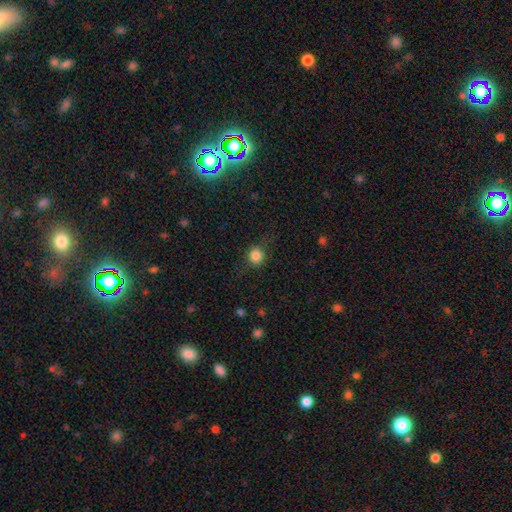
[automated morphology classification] type=smooth (84%); roundness=round (88%); merging=none (83%).